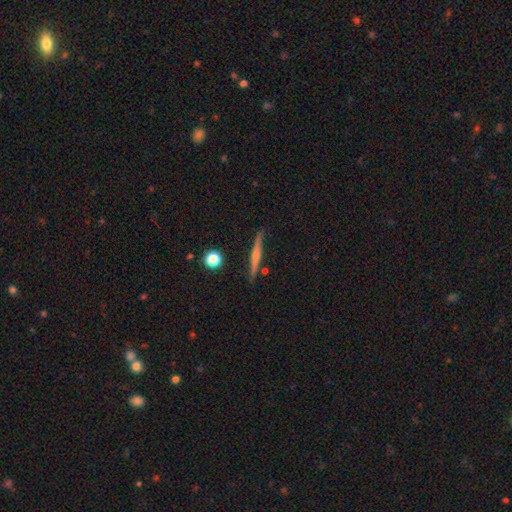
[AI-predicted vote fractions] This appears to be a featured or disk galaxy (53%) viewed edge-on (97%) with a rounded central bulge (47%). Merging: none (86%).